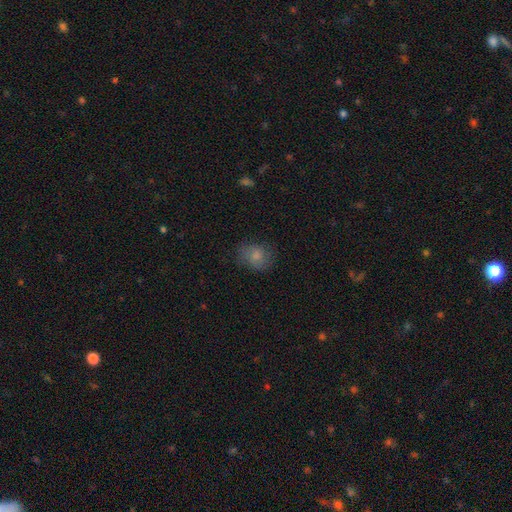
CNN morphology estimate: smooth-or-featured: smooth: 75% | featured or disk: 16% | star or artifact: 10%
  how-rounded: round: 56% | in between: 43% | cigar-shaped: 1%
  merging: none: 69% | minor disturbance: 22% | major disturbance: 8% | merger: 1%